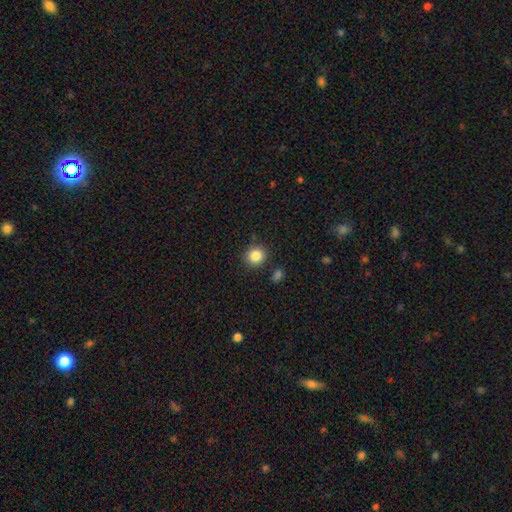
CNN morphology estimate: Overall: smooth (85%). How rounded: round (86%). Merging: none (85%).